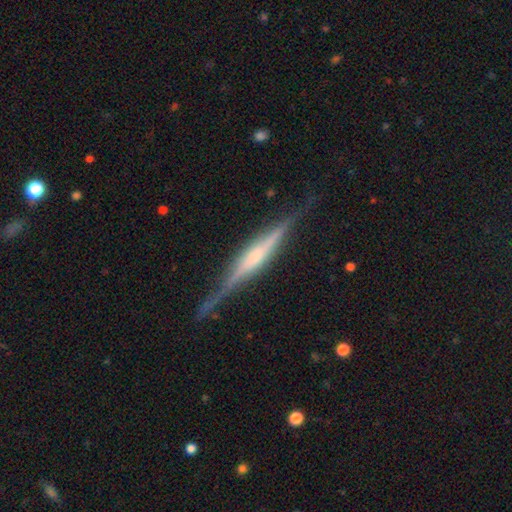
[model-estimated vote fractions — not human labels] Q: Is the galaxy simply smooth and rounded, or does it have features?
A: featured or disk — 80%.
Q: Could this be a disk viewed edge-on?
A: yes — 97%.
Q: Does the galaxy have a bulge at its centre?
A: rounded — 46%.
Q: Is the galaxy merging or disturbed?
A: none — 81%.